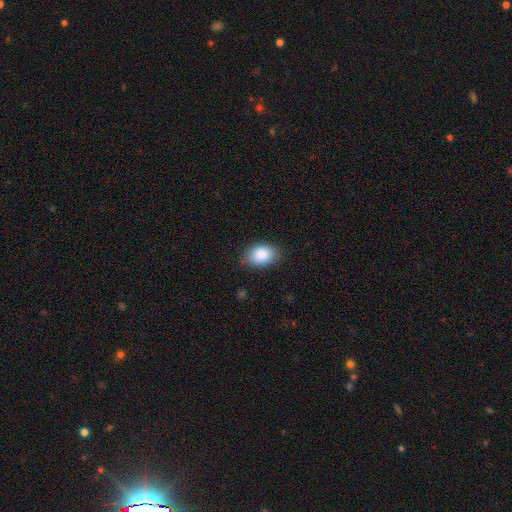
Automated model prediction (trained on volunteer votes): Smooth or featured: smooth — 87% (star or artifact — 7%)
How rounded: in between — 84% (round — 14%)
Merging: none — 84% (minor disturbance — 13%)